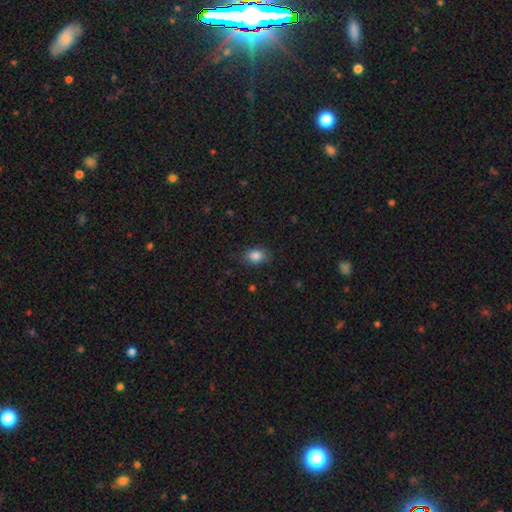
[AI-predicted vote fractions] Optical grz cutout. It shows a smooth galaxy with no disk features (85%) that is in between round and cigar-shaped (70%). Merging: none (83%).